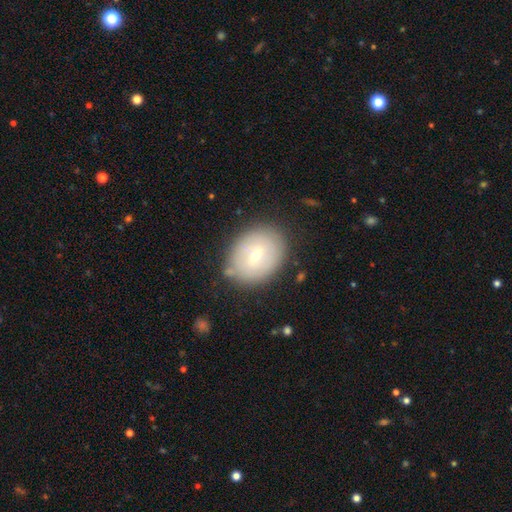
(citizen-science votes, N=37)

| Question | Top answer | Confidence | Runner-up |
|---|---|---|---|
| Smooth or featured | featured or disk | 65% | smooth (35%) |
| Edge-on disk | no | 88% | yes (12%) |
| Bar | weak | 52% | strong (33%) |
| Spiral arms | no | 76% | yes (24%) |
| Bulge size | small | 57% | moderate (29%) |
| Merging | none | 84% | minor disturbance (11%) |